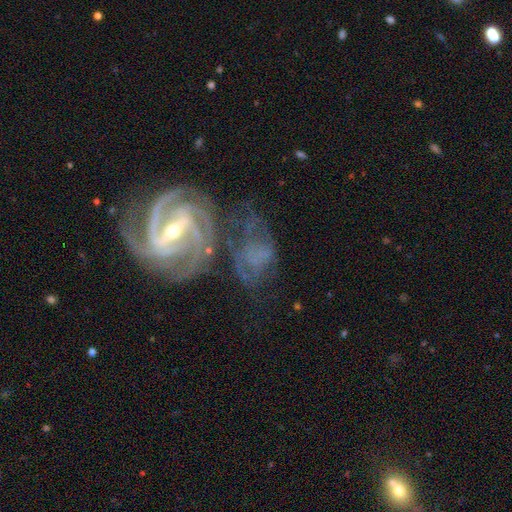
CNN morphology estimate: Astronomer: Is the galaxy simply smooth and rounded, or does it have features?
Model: featured or disk — 80%.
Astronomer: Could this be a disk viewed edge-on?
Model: no — 95%.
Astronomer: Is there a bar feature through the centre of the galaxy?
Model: strong — 45% (runner-up: weak, 33%).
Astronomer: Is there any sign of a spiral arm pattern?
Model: yes — 91%.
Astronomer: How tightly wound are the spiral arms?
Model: tight — 53% (runner-up: medium, 37%).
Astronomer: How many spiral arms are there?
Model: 2 — 29% (runner-up: 3, 26%).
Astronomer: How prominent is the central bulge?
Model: moderate — 47% (runner-up: small, 38%).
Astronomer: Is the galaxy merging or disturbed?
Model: none — 39% (runner-up: merger, 22%).